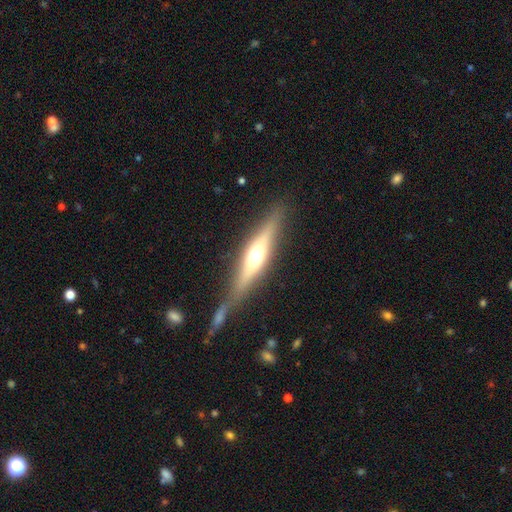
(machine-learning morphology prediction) smooth_or_featured: featured or disk (p=0.60) [alt: smooth p=0.33]
disk_edge_on: yes (p=0.91) [alt: no p=0.09]
edge_on_bulge: rounded (p=0.90) [alt: boxy p=0.06]
merging: none (p=0.72) [alt: minor disturbance p=0.12]